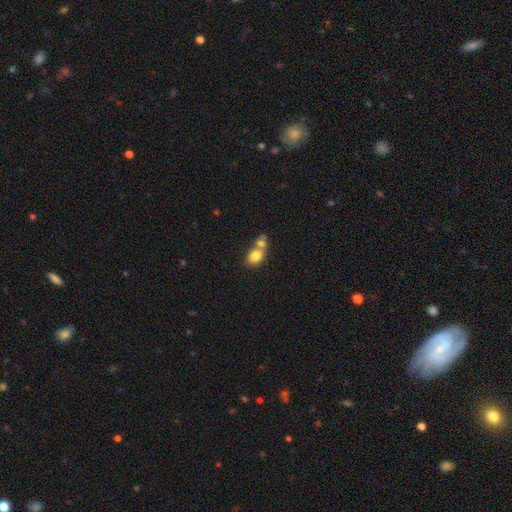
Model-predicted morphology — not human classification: Overall: smooth (79%). How rounded: in between (62%; round 37%). Merging: merger (55%; none 32%).